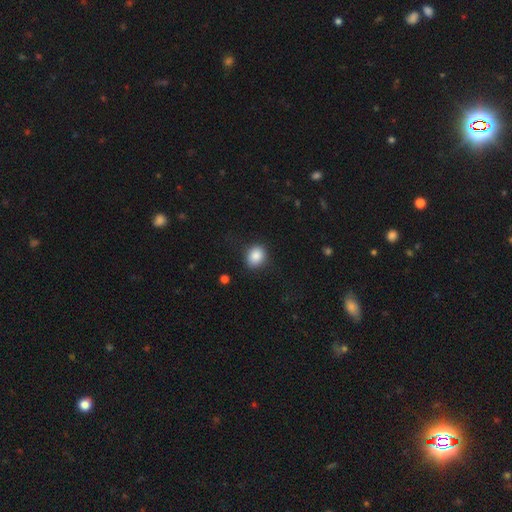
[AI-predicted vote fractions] Overall: smooth (86%). How rounded: round (57%; in between 42%). Merging: none (82%).